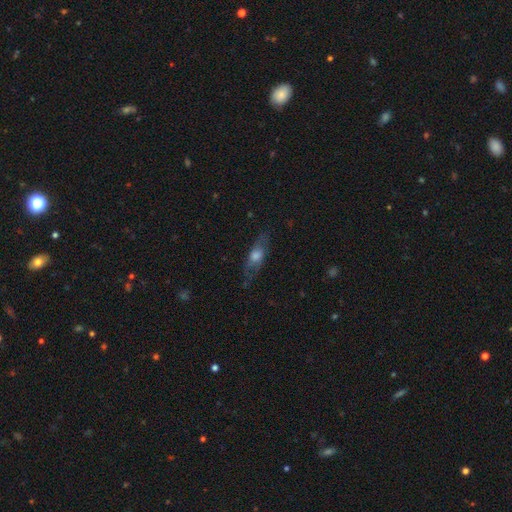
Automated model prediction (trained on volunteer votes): Smooth or featured? featured or disk (50%)
Merging? none (72%)